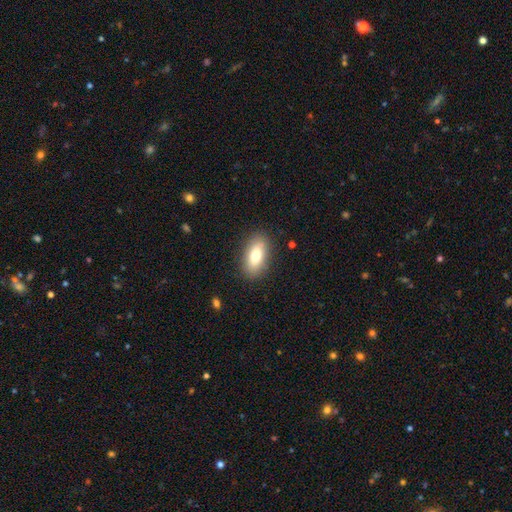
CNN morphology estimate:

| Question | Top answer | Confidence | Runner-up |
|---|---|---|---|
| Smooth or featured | smooth | 76% | featured or disk (17%) |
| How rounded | in between | 87% | cigar-shaped (8%) |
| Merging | none | 87% | minor disturbance (9%) |